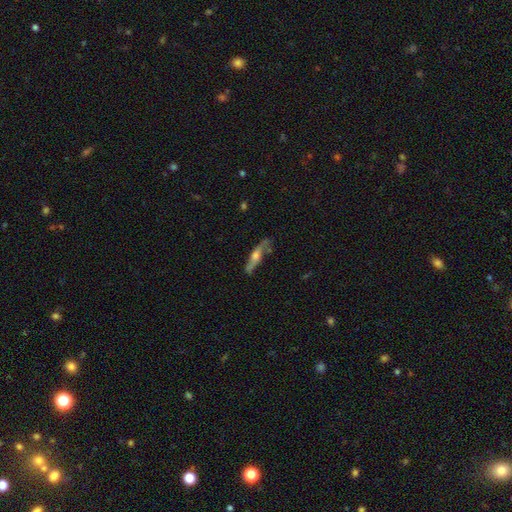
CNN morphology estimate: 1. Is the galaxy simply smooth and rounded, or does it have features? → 62% featured or disk, 31% smooth, 7% star or artifact.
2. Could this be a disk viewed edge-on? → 71% yes, 29% no.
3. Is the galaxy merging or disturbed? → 65% none, 22% minor disturbance, 8% major disturbance, 5% merger.